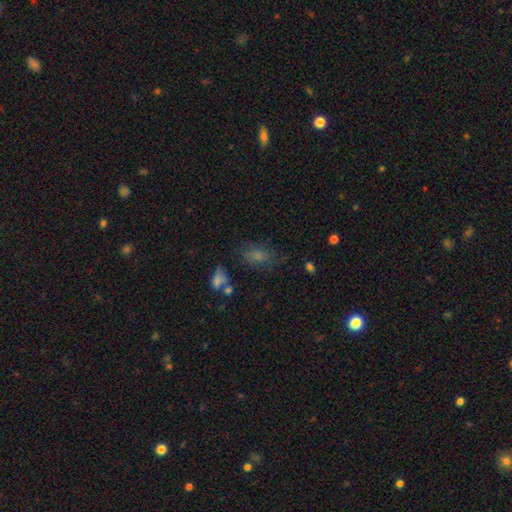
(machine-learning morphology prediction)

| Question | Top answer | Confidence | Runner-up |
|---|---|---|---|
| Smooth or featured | smooth | 55% | star or artifact (28%) |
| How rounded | in between | 81% | round (14%) |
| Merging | none | 65% | minor disturbance (19%) |